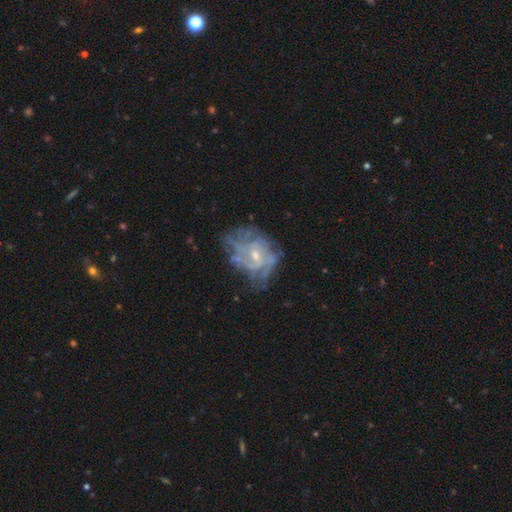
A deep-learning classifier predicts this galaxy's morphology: Overall: featured or disk (76%). Edge-on disk: no (97%). Bar: no (57%; weak 37%). Spiral arms: yes (66%; no 34%). Bulge size: small (57%; moderate 36%). Merging: none (50%; minor disturbance 25%).